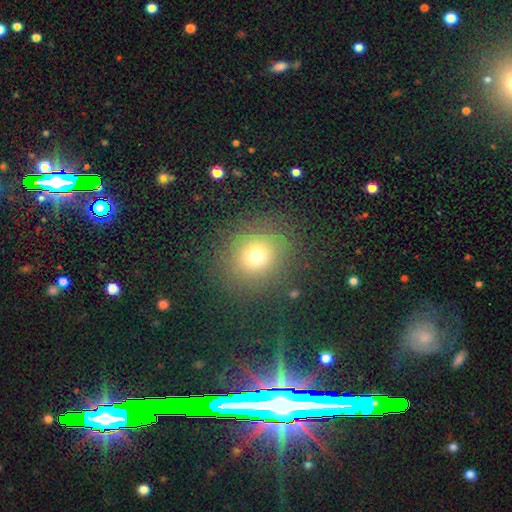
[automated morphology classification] Smooth or featured? smooth (72%)
How rounded? round (86%)
Merging? none (82%)